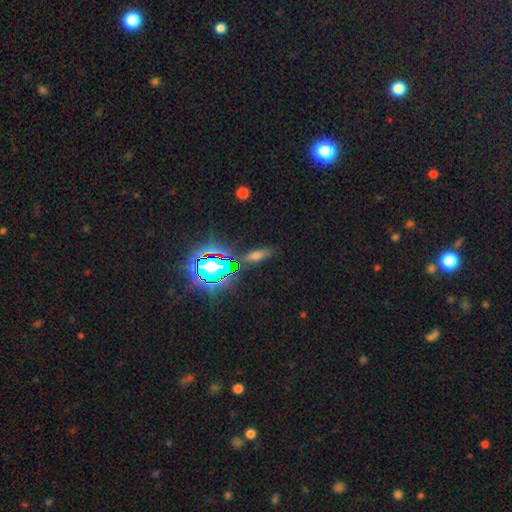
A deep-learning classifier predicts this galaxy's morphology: smooth_or_featured: smooth (p=0.49) [alt: star or artifact p=0.31]
merging: none (p=0.80) [alt: minor disturbance p=0.12]